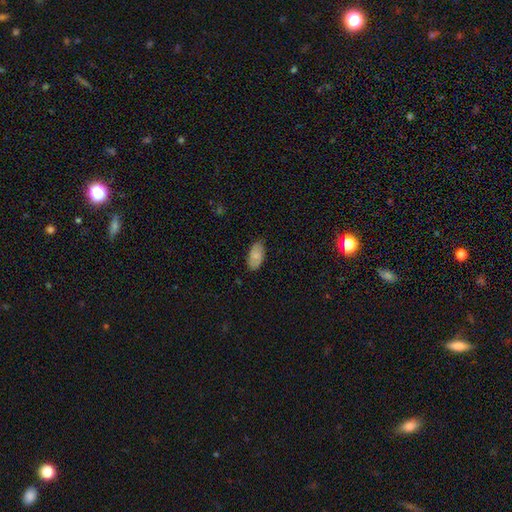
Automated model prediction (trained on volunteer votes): A smooth galaxy with no disk features (78%) that is in between round and cigar-shaped (95%). Merging: none (77%).